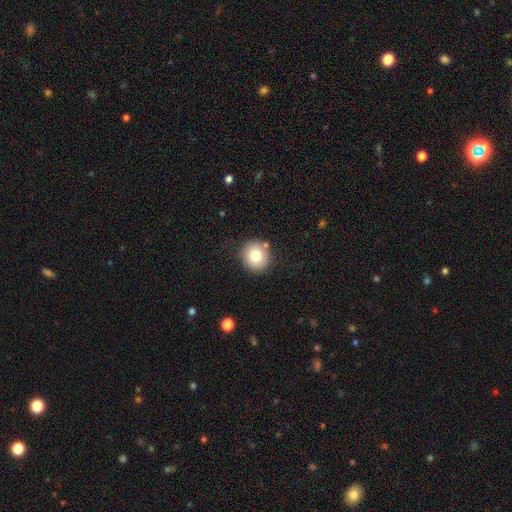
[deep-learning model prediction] Q: Smooth or featured?
A: smooth (78%); runner-up: featured or disk (12%)
Q: How rounded?
A: round (89%); runner-up: in between (10%)
Q: Merging?
A: none (84%); runner-up: minor disturbance (9%)